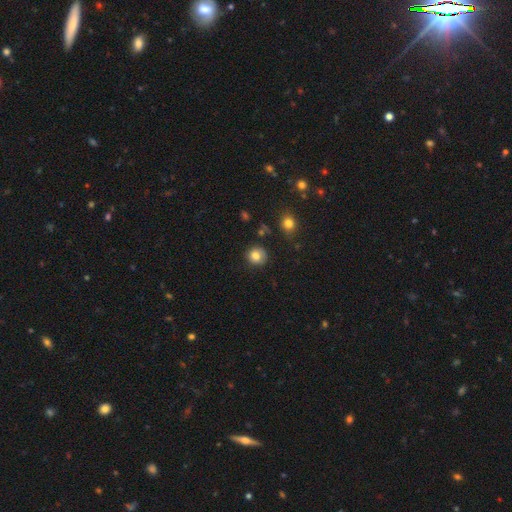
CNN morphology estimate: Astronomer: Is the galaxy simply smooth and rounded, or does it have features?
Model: smooth — 82%.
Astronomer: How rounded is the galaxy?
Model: round — 88%.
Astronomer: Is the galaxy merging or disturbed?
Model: none — 82%.